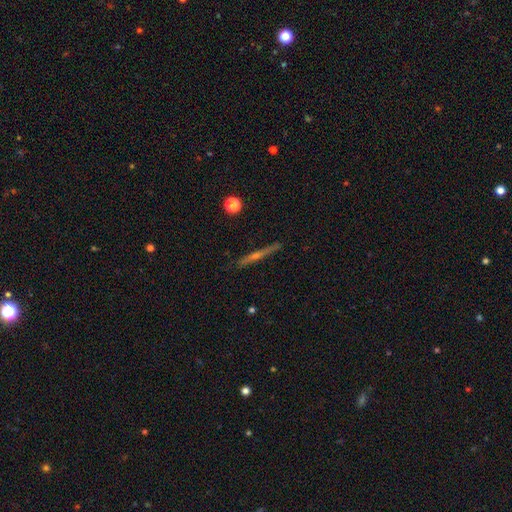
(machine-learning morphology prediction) Smooth or featured?
  - featured or disk: 70% *
  - smooth: 22%
  - star or artifact: 8%
Edge-on disk?
  - yes: 97% *
  - no: 3%
Edge-on bulge?
  - rounded: 73% *
  - none: 23%
  - boxy: 4%
Merging?
  - none: 89% *
  - minor disturbance: 8%
  - major disturbance: 1%
  - merger: 1%